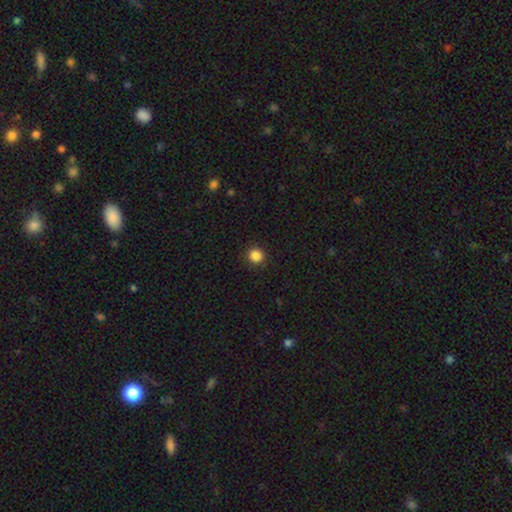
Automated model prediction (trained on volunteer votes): Smooth or featured? smooth (87%)
How rounded? round (92%)
Merging? none (91%)